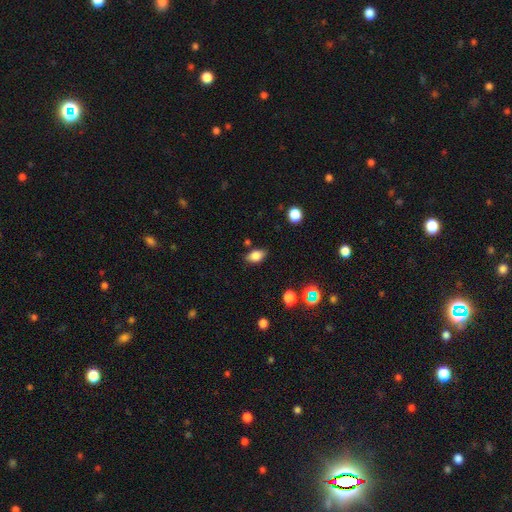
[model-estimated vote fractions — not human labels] Overall: smooth (79%). How rounded: in between (85%). Merging: none (79%).